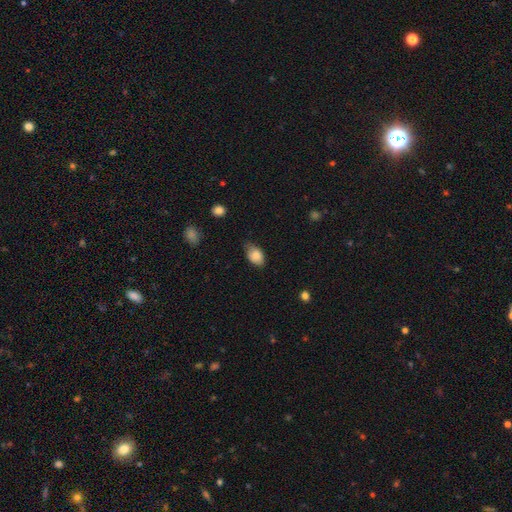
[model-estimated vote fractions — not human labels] Q: Smooth or featured?
A: smooth (84%); runner-up: featured or disk (9%)
Q: How rounded?
A: in between (88%); runner-up: round (11%)
Q: Merging?
A: none (64%); runner-up: minor disturbance (30%)